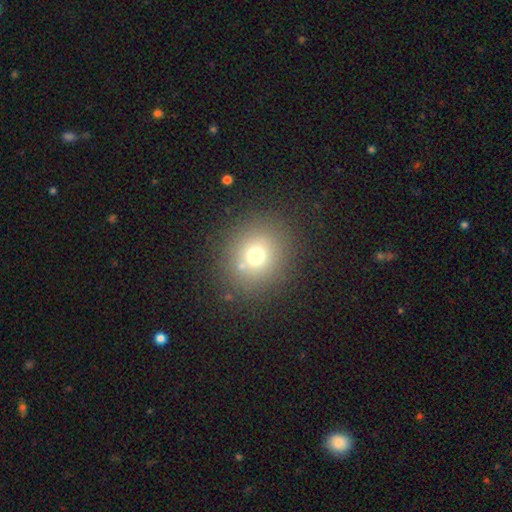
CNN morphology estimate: smooth 70%, star or artifact 18%, featured or disk 12%. Down the decision tree: how rounded — round (83%); merging — none (82%).